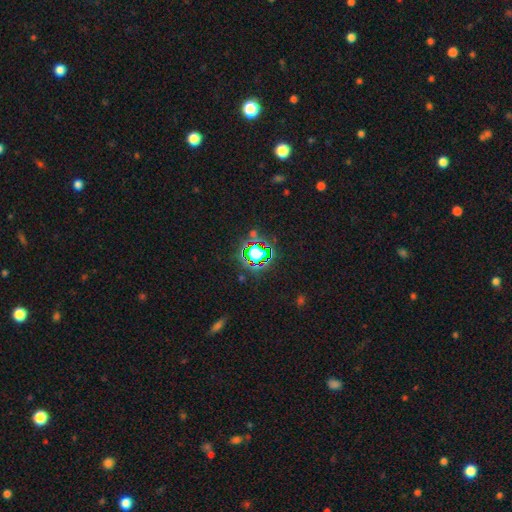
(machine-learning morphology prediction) smooth-or-featured: star or artifact: 68% | smooth: 21% | featured or disk: 11%